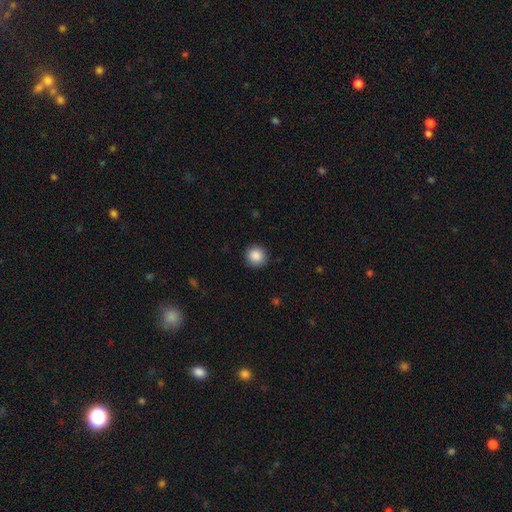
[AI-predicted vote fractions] smooth-or-featured: smooth: 88% | star or artifact: 9% | featured or disk: 4%
  how-rounded: round: 92% | in between: 7% | cigar-shaped: 1%
  merging: none: 91% | minor disturbance: 6% | major disturbance: 2% | merger: 1%